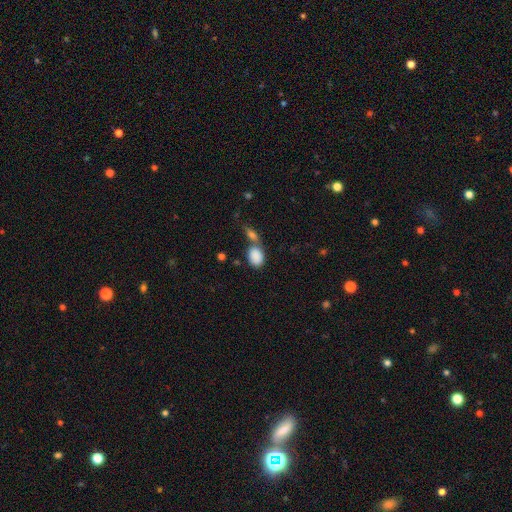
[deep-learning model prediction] smooth-or-featured: smooth: 87% | star or artifact: 8% | featured or disk: 6%
  how-rounded: in between: 79% | round: 20% | cigar-shaped: 2%
  merging: none: 42% | merger: 40% | minor disturbance: 12% | major disturbance: 5%